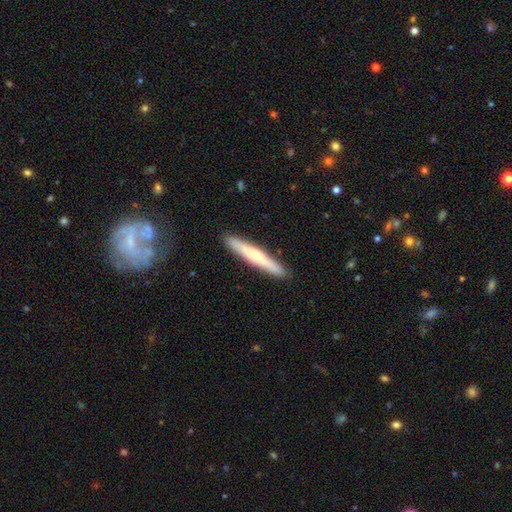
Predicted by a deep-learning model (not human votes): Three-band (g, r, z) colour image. It shows a smooth galaxy with no disk features (50%) that is cigar-shaped (94%). Merging: none (90%).